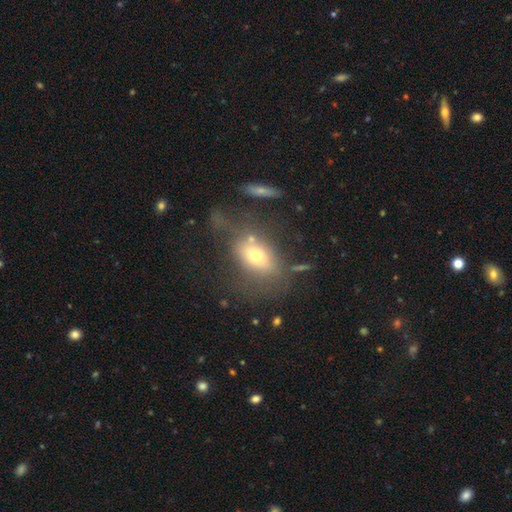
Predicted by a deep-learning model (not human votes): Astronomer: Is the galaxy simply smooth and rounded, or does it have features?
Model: smooth — 63%.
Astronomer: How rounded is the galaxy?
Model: in between — 73%.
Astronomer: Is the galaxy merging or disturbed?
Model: none — 46% (runner-up: major disturbance, 24%).